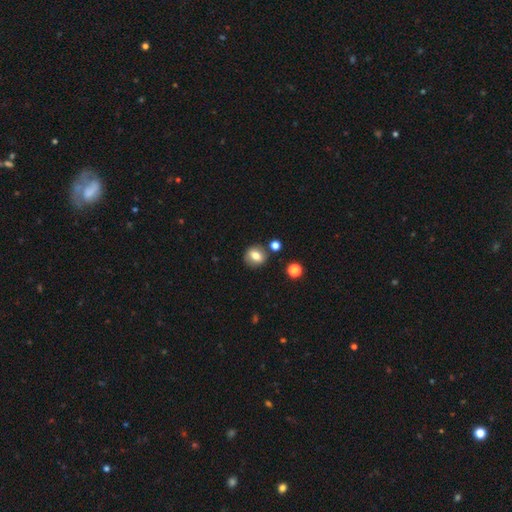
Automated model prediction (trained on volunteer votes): smooth-or-featured: smooth: 72% | featured or disk: 17% | star or artifact: 10%
  how-rounded: round: 63% | in between: 35% | cigar-shaped: 2%
  merging: none: 80% | minor disturbance: 10% | merger: 7% | major disturbance: 3%